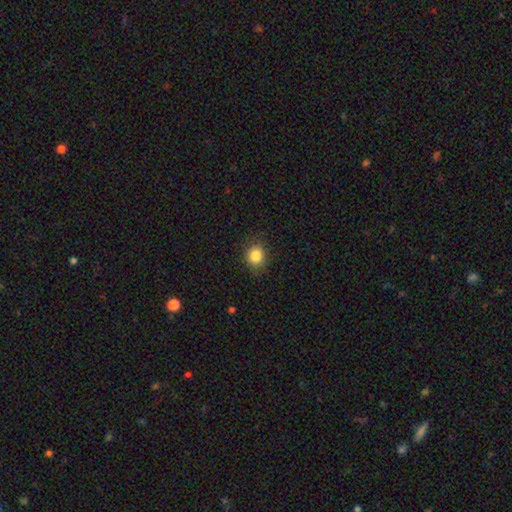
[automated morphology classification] Smooth or featured: smooth — 84% (star or artifact — 11%)
How rounded: round — 74% (in between — 25%)
Merging: none — 85% (minor disturbance — 11%)